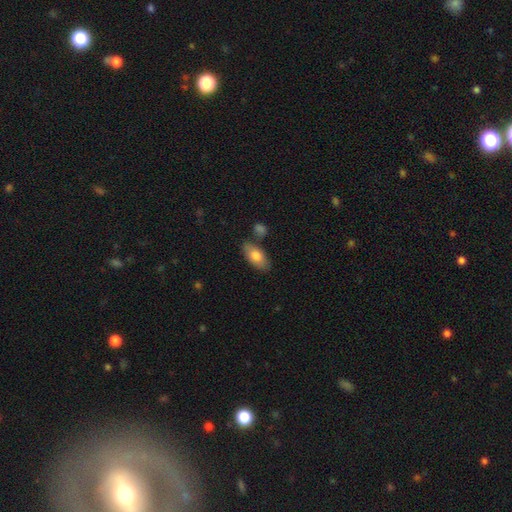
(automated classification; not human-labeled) Smooth or featured?
  - smooth: 78% *
  - featured or disk: 16%
  - star or artifact: 6%
How rounded?
  - in between: 90% *
  - cigar-shaped: 7%
  - round: 4%
Merging?
  - none: 75% *
  - minor disturbance: 14%
  - merger: 7%
  - major disturbance: 3%